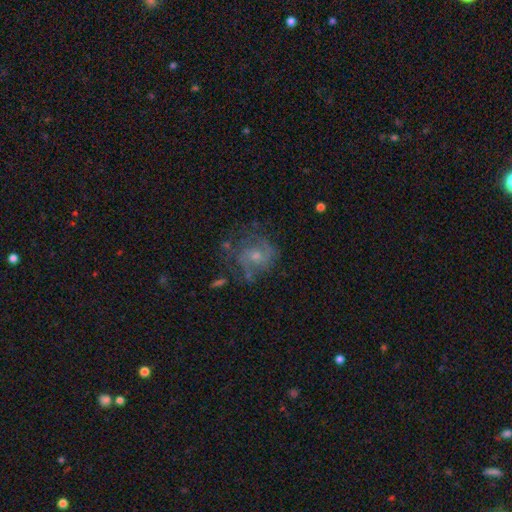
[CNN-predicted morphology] A featured or disk galaxy (69%) with no bar (67%), 2 (47%) medium (46%) spiral arms (84%) and a small central bulge (48%). Merging: none (58%).